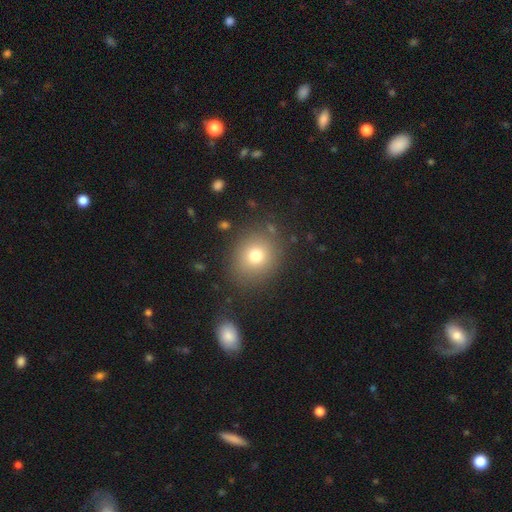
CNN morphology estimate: Q: Smooth or featured?
A: smooth (75%); runner-up: star or artifact (14%)
Q: How rounded?
A: round (75%); runner-up: in between (24%)
Q: Merging?
A: none (83%); runner-up: minor disturbance (10%)